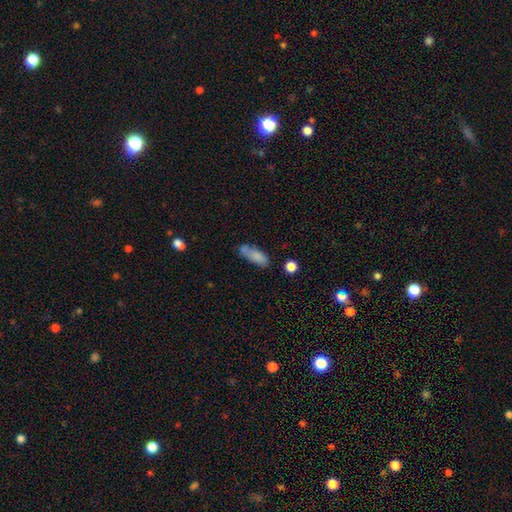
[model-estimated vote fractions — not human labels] This is likely a smooth galaxy (78%). How rounded: likely in between (69%). Merging: possibly none (52%).